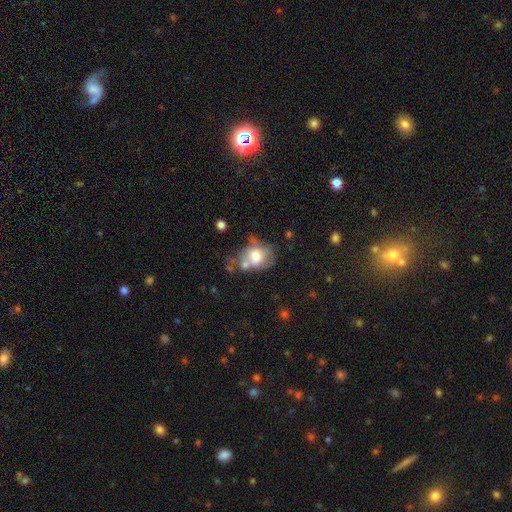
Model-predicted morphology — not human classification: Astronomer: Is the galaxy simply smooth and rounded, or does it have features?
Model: smooth — 61%.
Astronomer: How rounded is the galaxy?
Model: in between — 53% (runner-up: round, 46%).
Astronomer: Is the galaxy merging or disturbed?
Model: merger — 31% (runner-up: none, 28%).